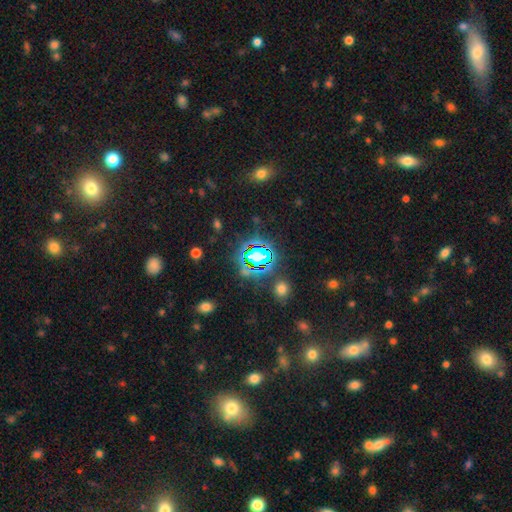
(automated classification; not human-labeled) This appears to be a star or artifact, not a galaxy (72%).